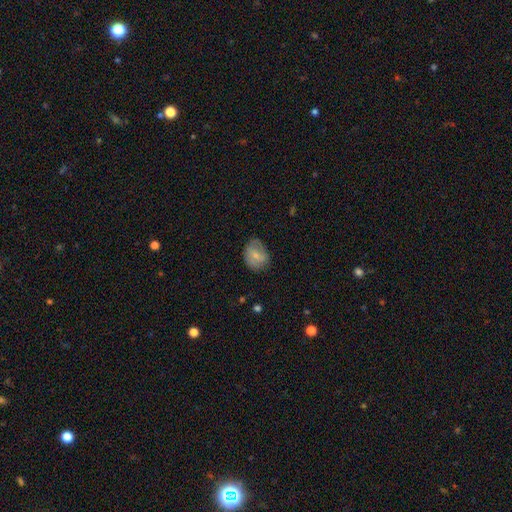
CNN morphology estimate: The model was most divided on "how rounded": in between: 55%, round: 44%, cigar-shaped: 1%. More confident: merging — none (68%); smooth or featured — smooth (66%).